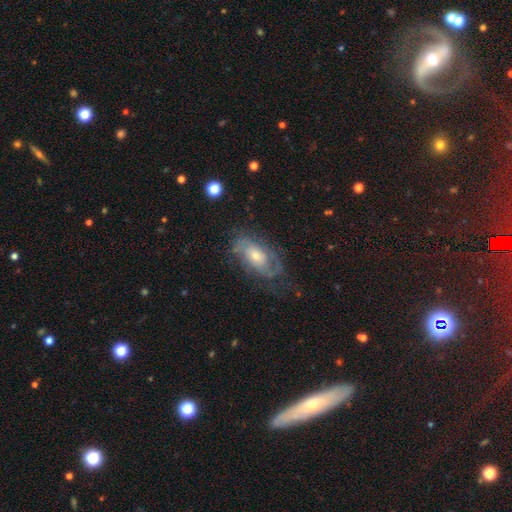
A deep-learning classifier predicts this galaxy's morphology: Q: Smooth or featured?
A: featured or disk (76%); runner-up: smooth (17%)
Q: Edge-on disk?
A: no (93%); runner-up: yes (7%)
Q: Bar?
A: no (72%); runner-up: weak (24%)
Q: Spiral arms?
A: yes (88%); runner-up: no (12%)
Q: Spiral winding?
A: tight (49%); runner-up: medium (37%)
Q: Spiral arm count?
A: can't tell (39%); runner-up: 2 (38%)
Q: Bulge size?
A: small (48%); runner-up: moderate (45%)
Q: Merging?
A: none (61%); runner-up: minor disturbance (22%)